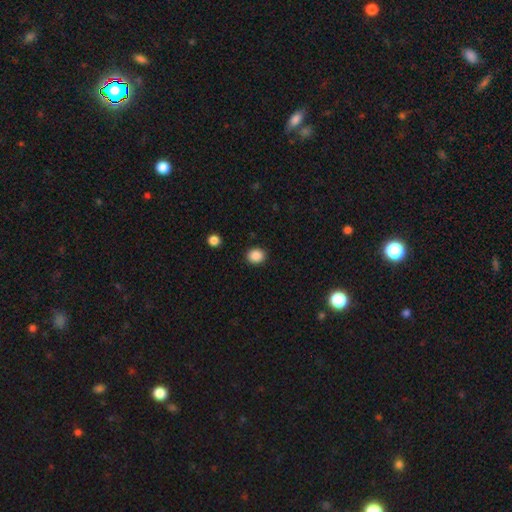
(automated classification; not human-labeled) Overall: smooth (88%). How rounded: round (66%; in between 33%). Merging: none (90%).